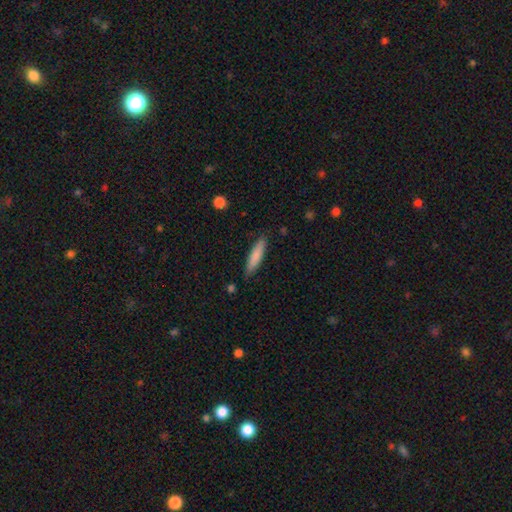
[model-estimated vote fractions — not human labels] smooth 80%, featured or disk 15%, star or artifact 6%. Down the decision tree: how rounded — cigar-shaped (83%); merging — none (85%).